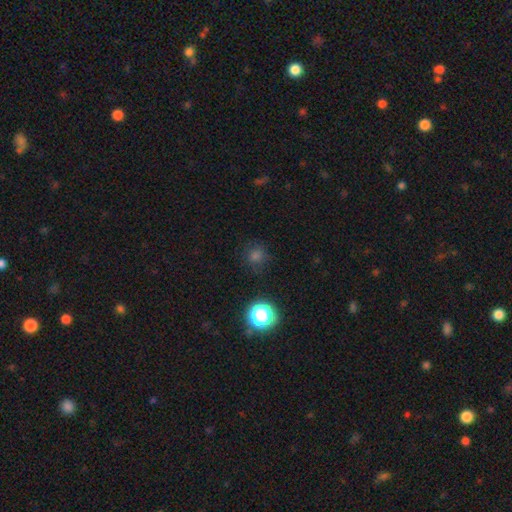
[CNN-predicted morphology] Smooth or featured? smooth (66%)
How rounded? round (91%)
Merging? none (84%)